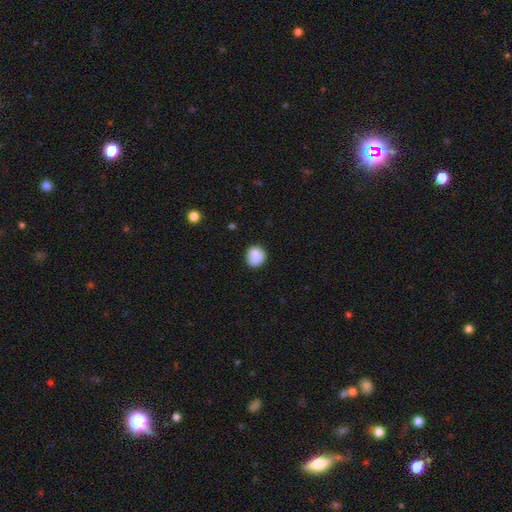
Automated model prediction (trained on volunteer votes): smooth 78%, featured or disk 14%, star or artifact 8%. Down the decision tree: how rounded — round (81%); merging — none (66%).